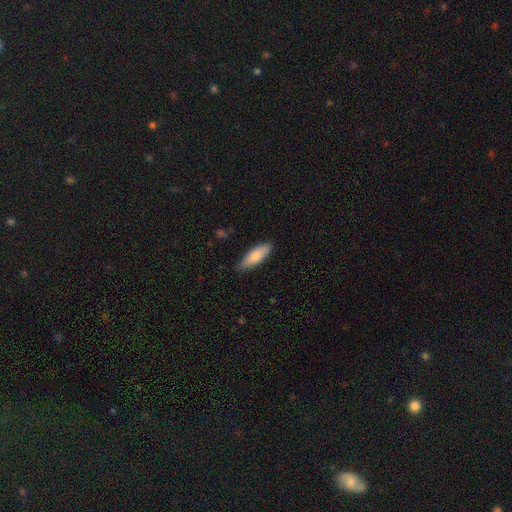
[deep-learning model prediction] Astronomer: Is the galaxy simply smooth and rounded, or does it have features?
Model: smooth — 79%.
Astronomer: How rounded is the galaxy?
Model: in between — 58% (runner-up: cigar-shaped, 40%).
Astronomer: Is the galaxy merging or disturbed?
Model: none — 83%.